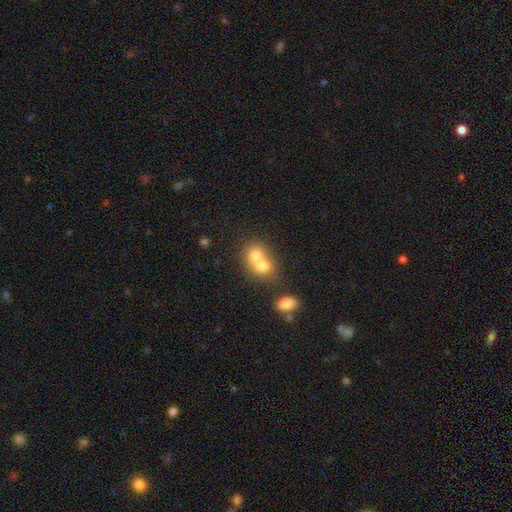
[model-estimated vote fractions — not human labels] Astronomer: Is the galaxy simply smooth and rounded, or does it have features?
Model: smooth — 72%.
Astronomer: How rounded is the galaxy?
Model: round — 67%.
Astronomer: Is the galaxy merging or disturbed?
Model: merger — 71%.